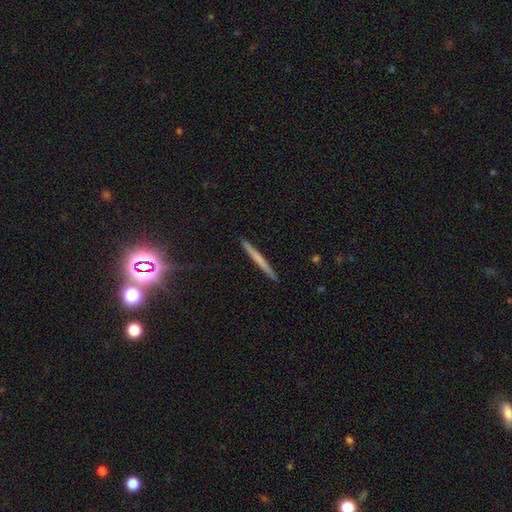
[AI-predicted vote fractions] Smooth or featured? featured or disk (44%)
Merging? none (91%)